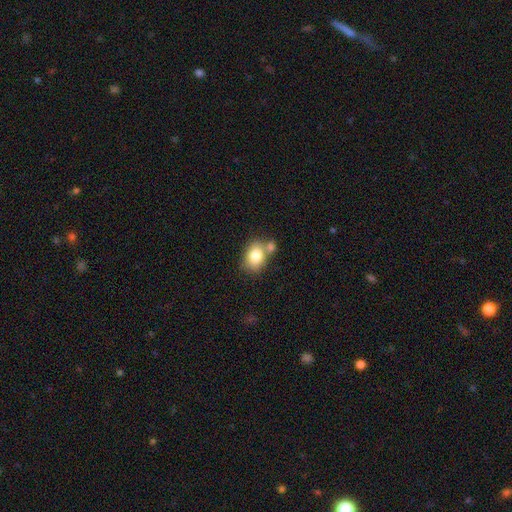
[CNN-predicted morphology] Smooth or featured? Predicted: smooth (p=0.81). How rounded? Predicted: in between (p=0.64). Merging? Predicted: none (p=0.54).